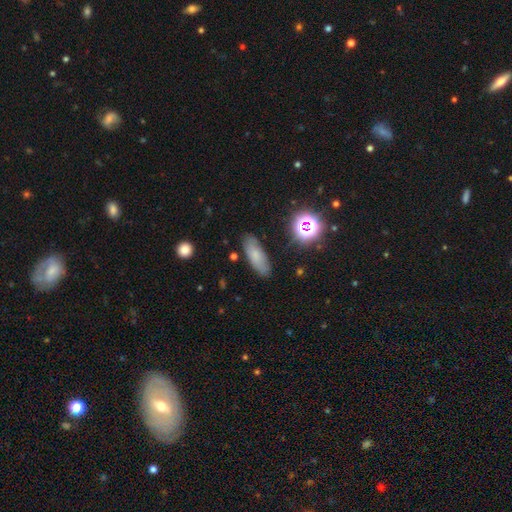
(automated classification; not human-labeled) A smooth galaxy with no disk features (71%) that is in between round and cigar-shaped (72%).

Vote fractions:
- Smooth or featured? smooth: 71% / featured or disk: 18% / star or artifact: 11%
- How rounded? in between: 72% / cigar-shaped: 25% / round: 3%
- Merging? none: 80% / minor disturbance: 14% / major disturbance: 3% / merger: 2%